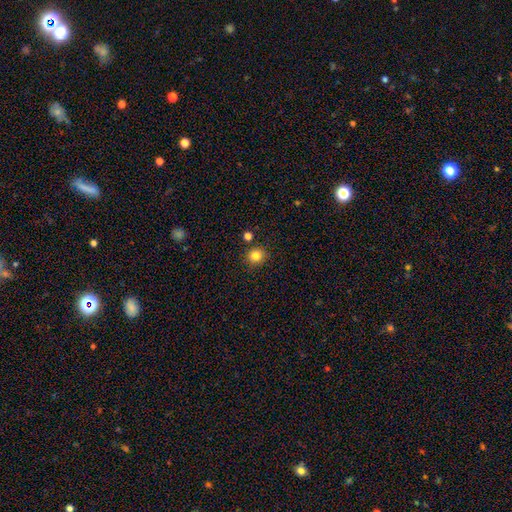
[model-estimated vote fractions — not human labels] Q: Smooth or featured?
A: smooth (83%); runner-up: star or artifact (12%)
Q: How rounded?
A: round (85%); runner-up: in between (14%)
Q: Merging?
A: none (86%); runner-up: minor disturbance (8%)